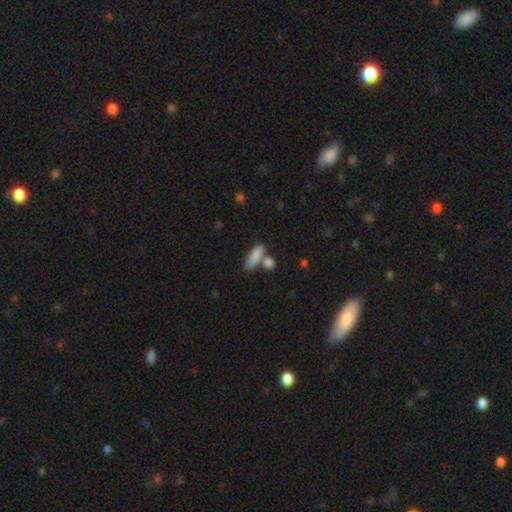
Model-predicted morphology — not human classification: A smooth galaxy with no disk features (83%) that is in between round and cigar-shaped (59%). Merging: none (55%).